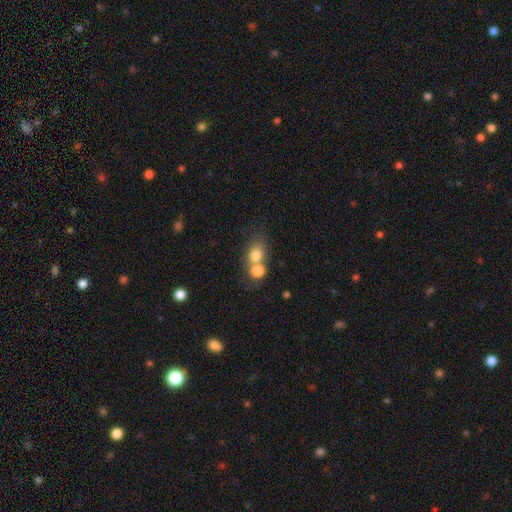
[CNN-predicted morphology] Smooth or featured?
  - smooth: 76% *
  - featured or disk: 14%
  - star or artifact: 10%
How rounded?
  - round: 57% *
  - in between: 41%
  - cigar-shaped: 2%
Merging?
  - merger: 58% *
  - none: 30%
  - minor disturbance: 8%
  - major disturbance: 5%